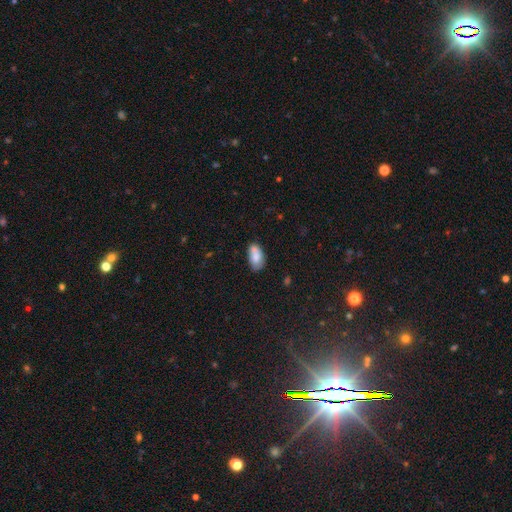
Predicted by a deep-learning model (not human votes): A smooth galaxy with no disk features (80%) that is in between round and cigar-shaped (93%). Merging: none (57%).